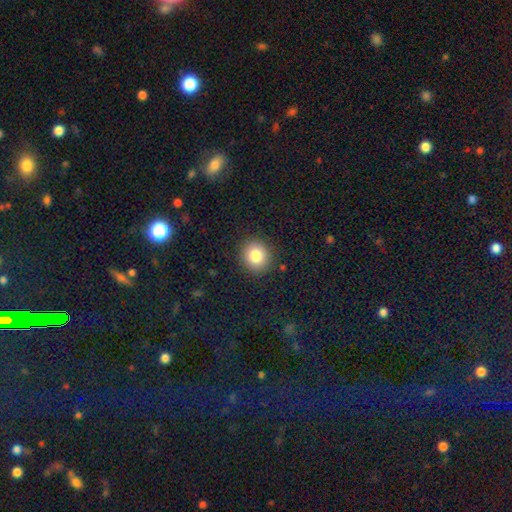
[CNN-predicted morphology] smooth 82%, star or artifact 10%, featured or disk 8%. Down the decision tree: how rounded — round (86%); merging — none (90%).